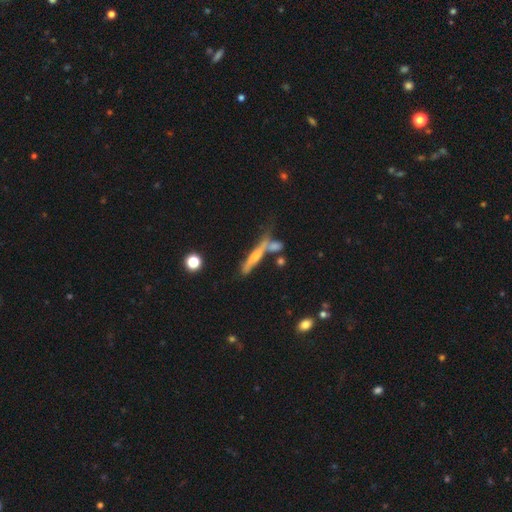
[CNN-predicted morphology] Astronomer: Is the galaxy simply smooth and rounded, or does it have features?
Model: featured or disk — 54% (runner-up: smooth, 37%).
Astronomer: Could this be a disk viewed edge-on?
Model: yes — 90%.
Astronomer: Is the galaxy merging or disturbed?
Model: none — 54%.